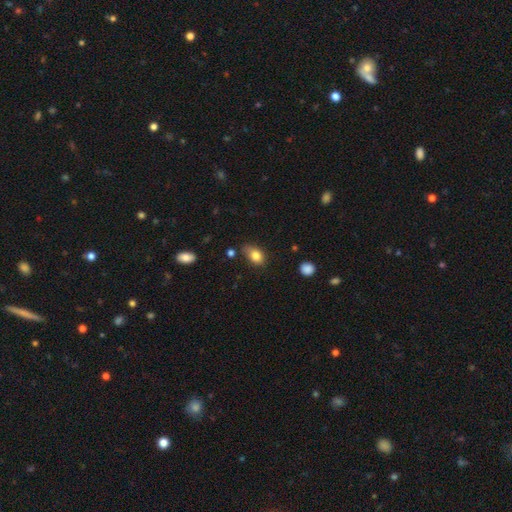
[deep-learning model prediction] A smooth galaxy with no disk features (82%) that is in between round and cigar-shaped (78%).

Vote fractions:
- Smooth or featured? smooth: 82% / star or artifact: 9% / featured or disk: 9%
- How rounded? in between: 78% / round: 20% / cigar-shaped: 2%
- Merging? none: 60% / minor disturbance: 30% / major disturbance: 6% / merger: 4%